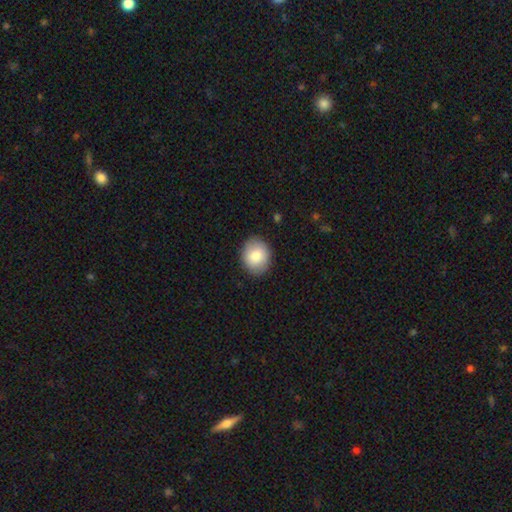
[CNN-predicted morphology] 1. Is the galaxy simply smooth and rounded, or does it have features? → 83% smooth, 10% featured or disk, 7% star or artifact.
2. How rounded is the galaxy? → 58% round, 41% in between, 1% cigar-shaped.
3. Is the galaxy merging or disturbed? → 88% none, 9% minor disturbance, 2% major disturbance, 1% merger.